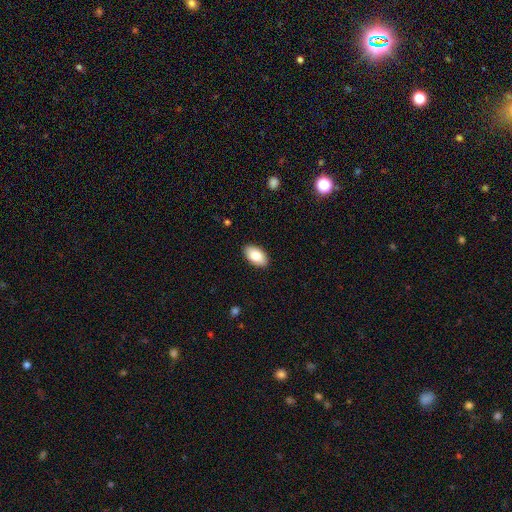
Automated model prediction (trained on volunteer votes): Smooth or featured? Predicted: smooth (p=0.84). How rounded? Predicted: in between (p=0.95). Merging? Predicted: none (p=0.89).